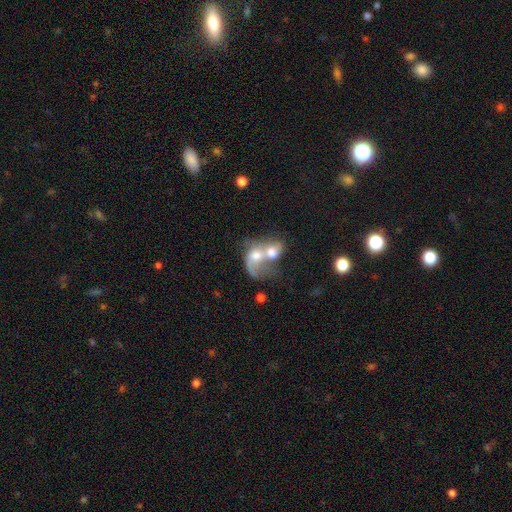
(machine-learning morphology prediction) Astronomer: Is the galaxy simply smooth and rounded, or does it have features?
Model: smooth — 48% (runner-up: featured or disk, 43%).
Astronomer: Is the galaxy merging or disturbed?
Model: merger — 83%.